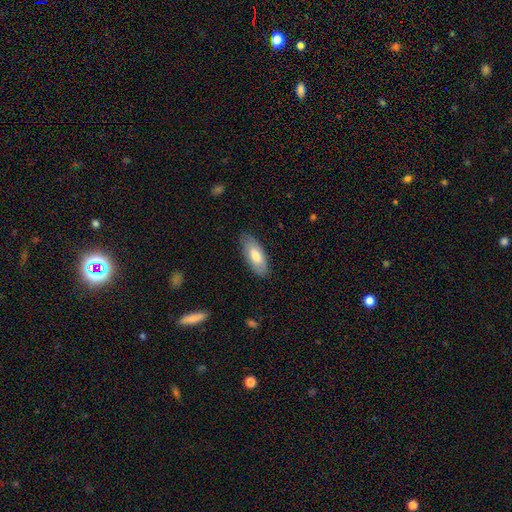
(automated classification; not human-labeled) Smooth or featured? Predicted: smooth (p=0.70). How rounded? Predicted: in between (p=0.84). Merging? Predicted: none (p=0.84).